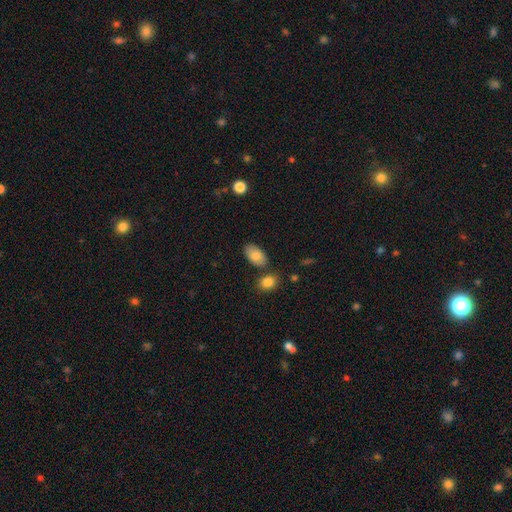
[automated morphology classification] Smooth or featured? smooth (82%)
How rounded? in between (94%)
Merging? none (75%)